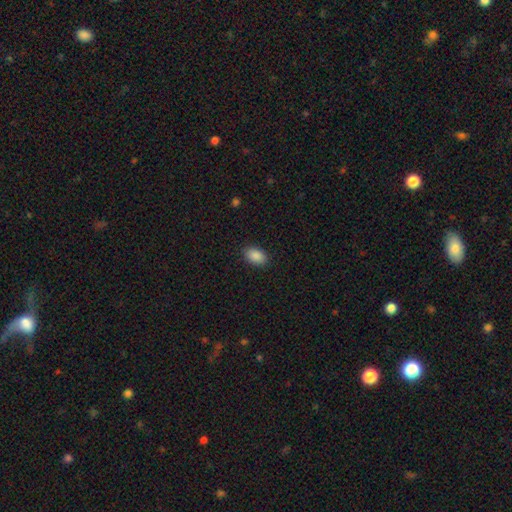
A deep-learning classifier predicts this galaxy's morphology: Smooth or featured? smooth (89%)
How rounded? in between (89%)
Merging? none (89%)